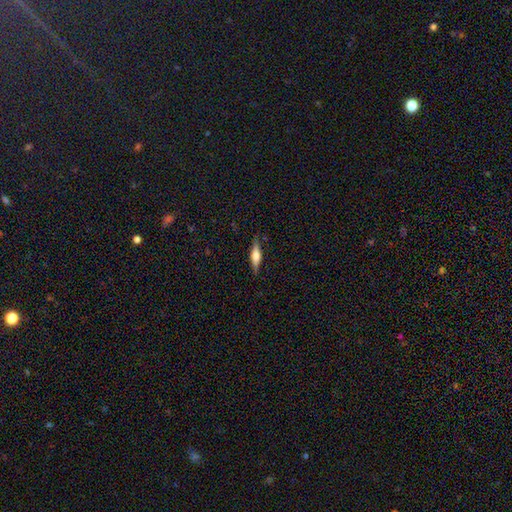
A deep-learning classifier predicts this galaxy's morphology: featured or disk 55%, smooth 39%, star or artifact 7%. Down the decision tree: edge-on disk — yes (96%); edge-on bulge — rounded (80%); merging — none (86%).